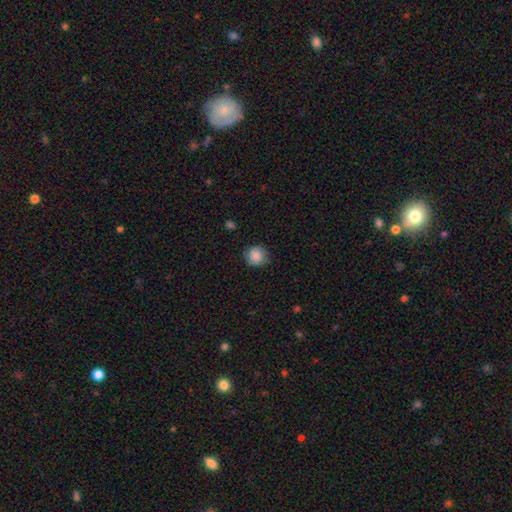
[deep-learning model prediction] Smooth or featured? smooth (84%)
How rounded? round (90%)
Merging? none (81%)